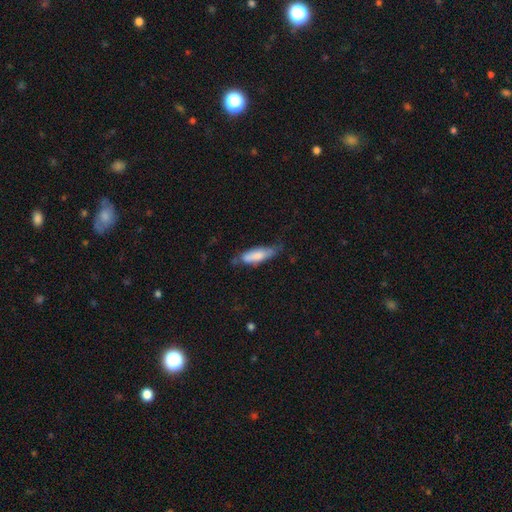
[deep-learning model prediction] Morphology: type=smooth (76%); roundness=in between (52%); merging=none (48%).